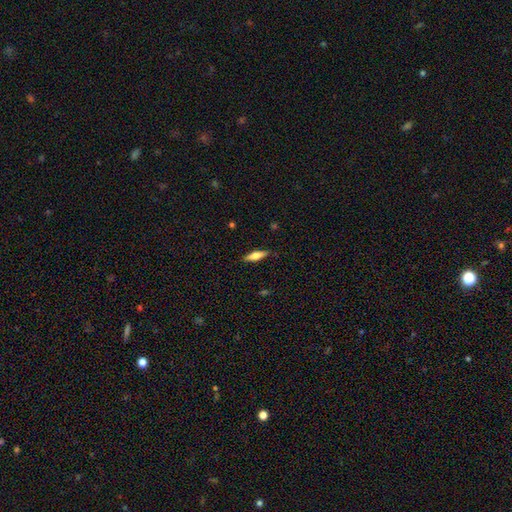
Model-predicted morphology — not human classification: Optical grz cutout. It shows a smooth galaxy with no disk features (49%). Merging: none (88%).